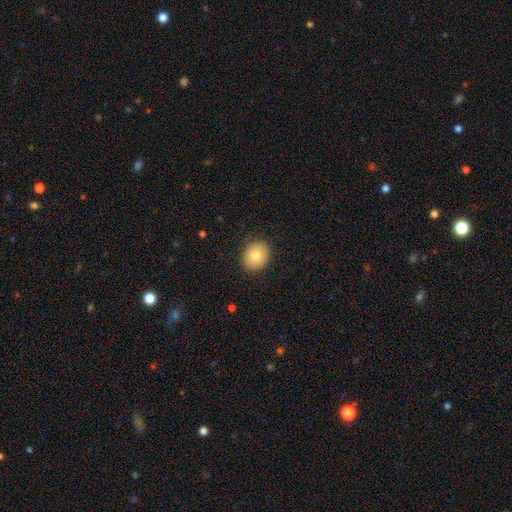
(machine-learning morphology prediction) smooth 77%, featured or disk 14%, star or artifact 8%. Down the decision tree: how rounded — round (63%); merging — none (86%).